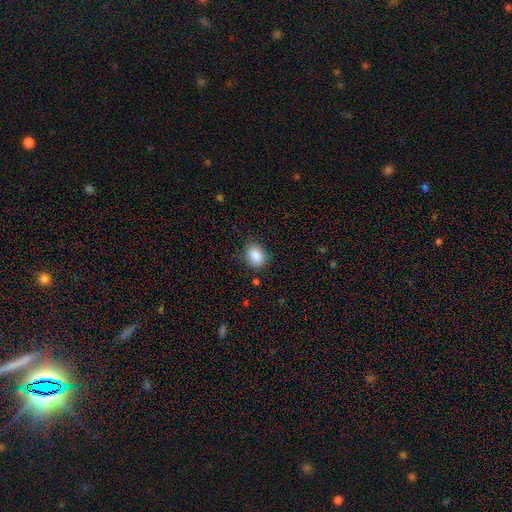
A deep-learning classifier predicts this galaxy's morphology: Overall: smooth (87%). How rounded: in between (58%; round 41%). Merging: none (81%).